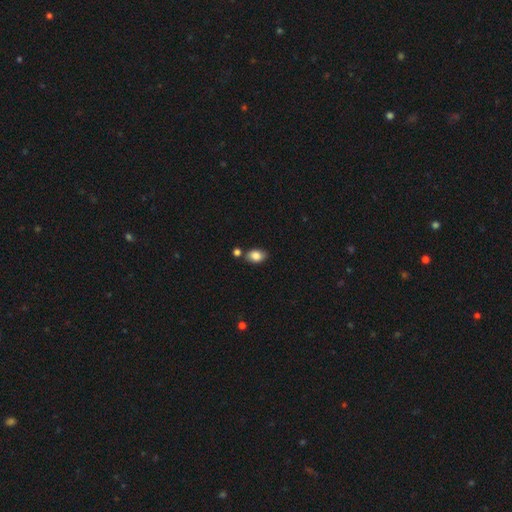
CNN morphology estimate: This is clearly a smooth galaxy (84%). How rounded: likely in between (78%). Merging: likely none (73%).